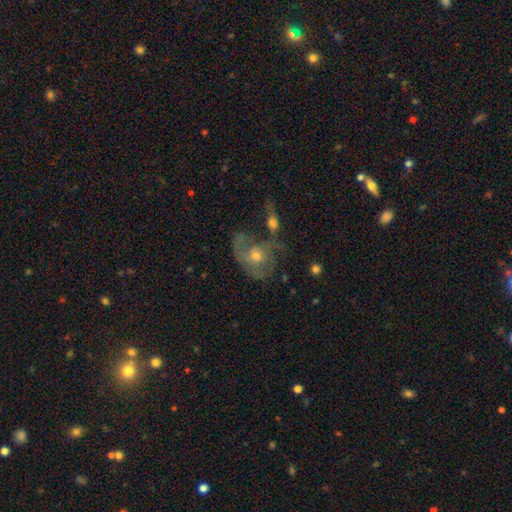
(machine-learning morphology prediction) Overall: featured or disk (66%). Edge-on disk: no (95%). Bar: no (78%). Spiral arms: yes (75%). Bulge size: moderate (58%; small 35%). Merging: none (38%; merger 26%).